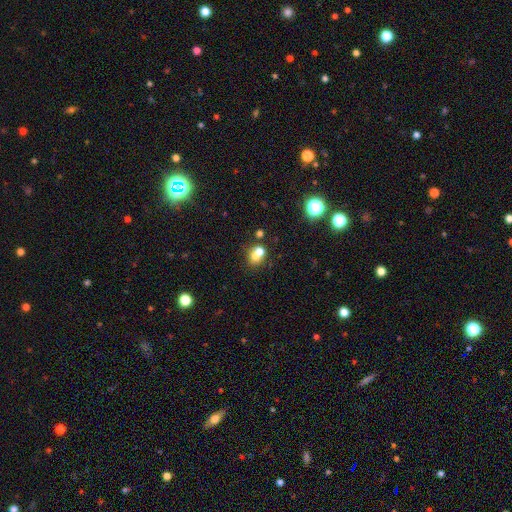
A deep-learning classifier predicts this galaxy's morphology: smooth_or_featured: smooth (p=0.67) [alt: featured or disk p=0.17]
how_rounded: round (p=0.71) [alt: in between p=0.28]
merging: merger (p=0.52) [alt: none p=0.38]